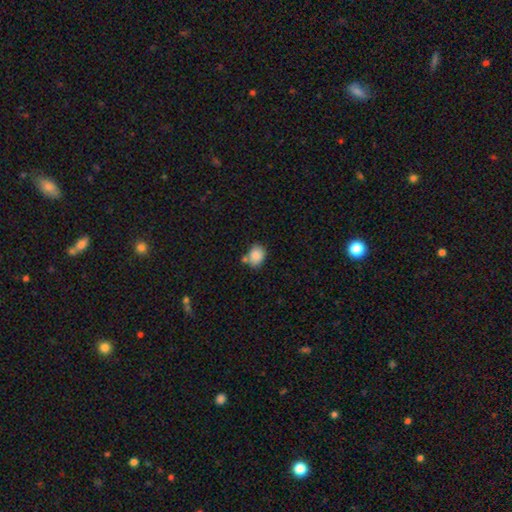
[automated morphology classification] This appears to be a smooth galaxy with no disk features (86%) that is in between round and cigar-shaped (55%). Merging: none (59%).